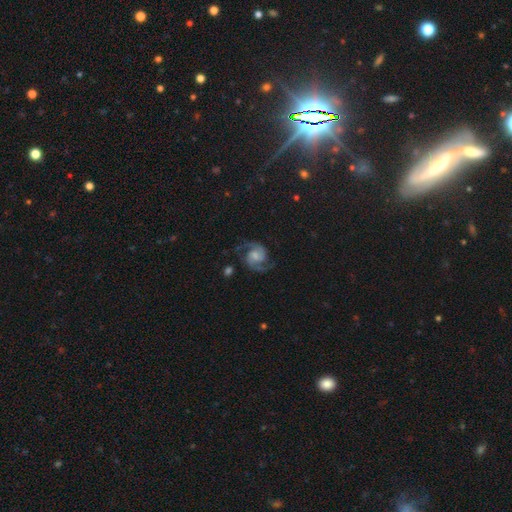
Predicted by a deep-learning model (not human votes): Smooth or featured?
  - featured or disk: 91% *
  - star or artifact: 5%
  - smooth: 4%
Edge-on disk?
  - no: 98% *
  - yes: 2%
Bar?
  - no: 52% *
  - weak: 39%
  - strong: 9%
Spiral arms?
  - yes: 99% *
  - no: 1%
Spiral winding?
  - medium: 62% *
  - tight: 22%
  - loose: 16%
Spiral arm count?
  - 2: 94% *
  - can't tell: 1%
  - 3: 1%
  - 1: 1%
  - 4: 1%
  - more than 4: 1%
Bulge size?
  - small: 39% *
  - moderate: 35%
  - none: 18%
  - large: 7%
  - dominant: 2%
Merging?
  - none: 82% *
  - minor disturbance: 12%
  - major disturbance: 5%
  - merger: 2%